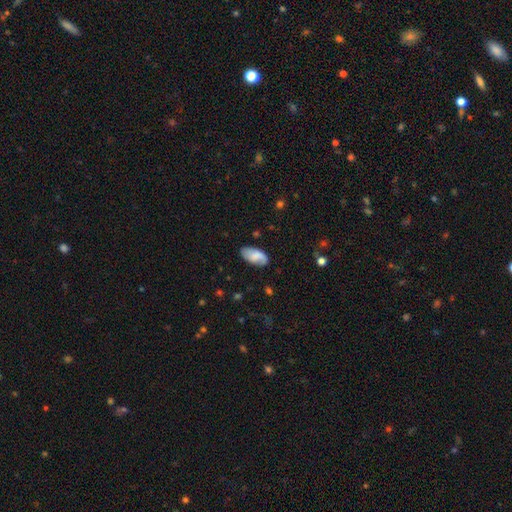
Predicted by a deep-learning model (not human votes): smooth_or_featured: smooth (p=0.69) [alt: featured or disk p=0.24]
how_rounded: in between (p=0.94) [alt: cigar-shaped p=0.03]
merging: none (p=0.75) [alt: minor disturbance p=0.19]